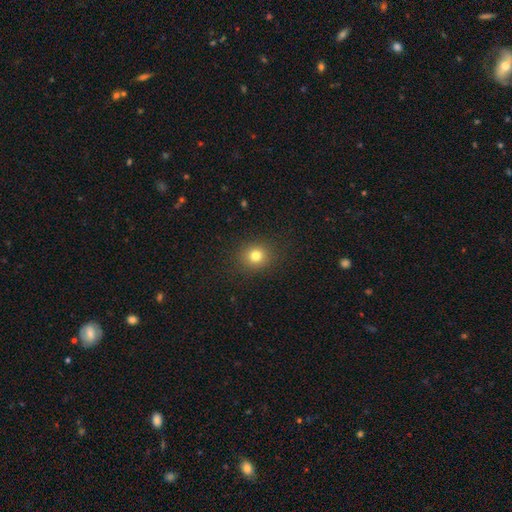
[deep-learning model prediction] smooth 79%, star or artifact 14%, featured or disk 7%. Down the decision tree: how rounded — round (82%); merging — none (89%).